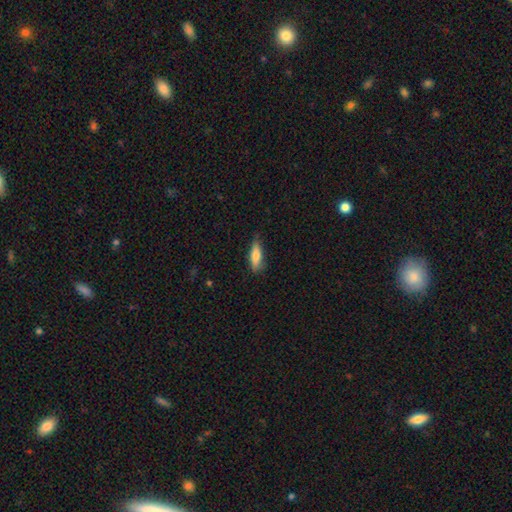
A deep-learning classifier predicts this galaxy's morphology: smooth 75%, featured or disk 19%, star or artifact 6%. Down the decision tree: how rounded — cigar-shaped (52%); merging — none (78%).